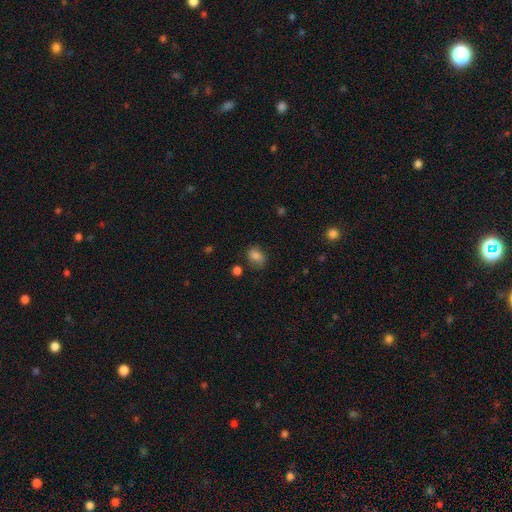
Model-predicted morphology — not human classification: Q: Smooth or featured?
A: smooth (77%); runner-up: featured or disk (12%)
Q: How rounded?
A: in between (61%); runner-up: round (38%)
Q: Merging?
A: none (60%); runner-up: minor disturbance (26%)